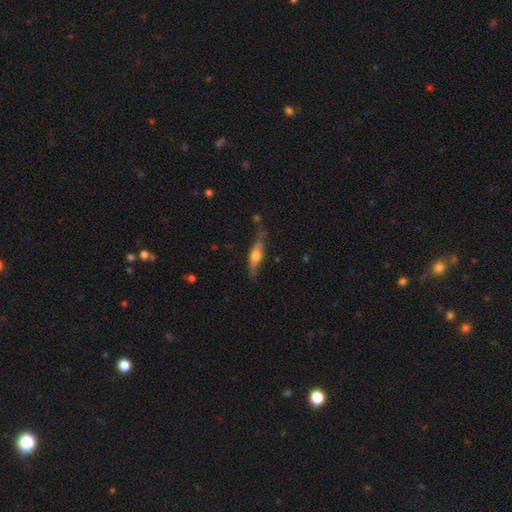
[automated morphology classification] This is possibly a featured or disk galaxy (53%). It is clearly viewed edge-on (89%). Merging: likely none (69%).